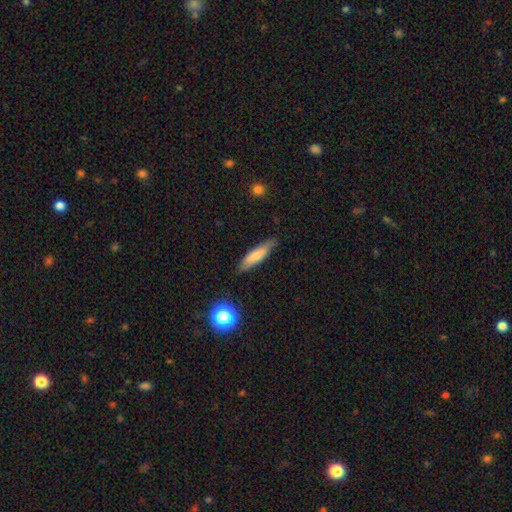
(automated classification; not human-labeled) Morphology: type=smooth (68%); roundness=cigar-shaped (69%); merging=none (82%).